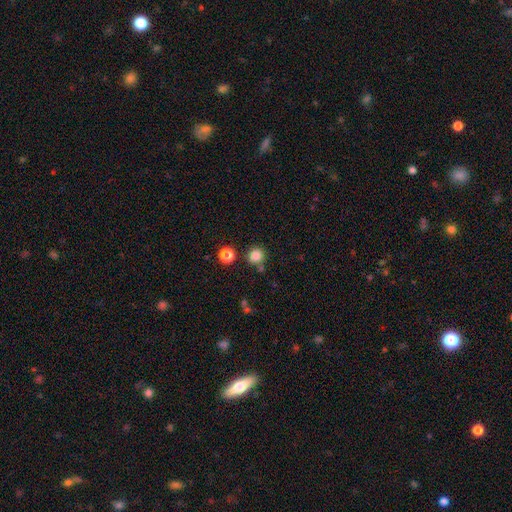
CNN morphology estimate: A smooth galaxy with no disk features (84%) that is round (90%). Merging: none (78%).